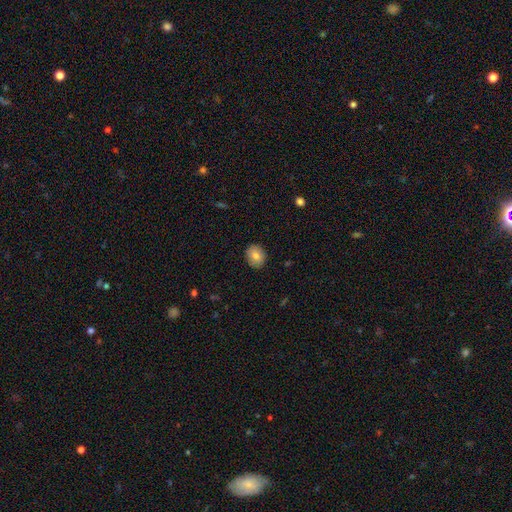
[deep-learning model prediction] Overall: smooth (79%). How rounded: round (68%; in between 31%). Merging: none (90%).